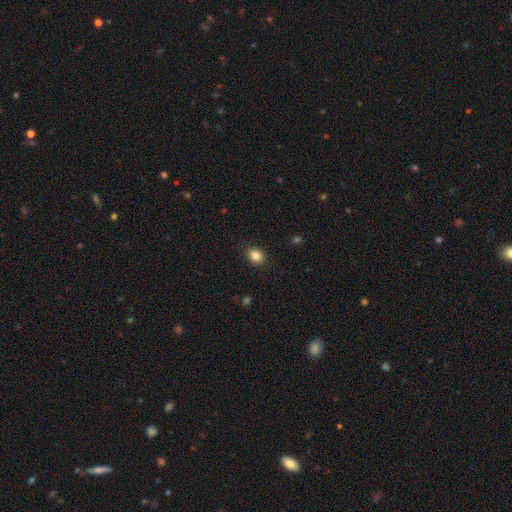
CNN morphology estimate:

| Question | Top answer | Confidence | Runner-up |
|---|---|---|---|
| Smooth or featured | smooth | 85% | star or artifact (10%) |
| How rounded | in between | 55% | round (44%) |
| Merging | none | 89% | minor disturbance (8%) |